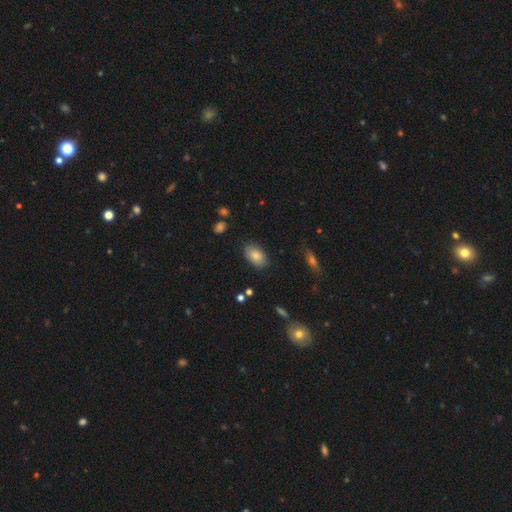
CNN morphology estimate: Smooth or featured: smooth — 83% (featured or disk — 10%)
How rounded: in between — 90% (round — 9%)
Merging: none — 82% (minor disturbance — 14%)